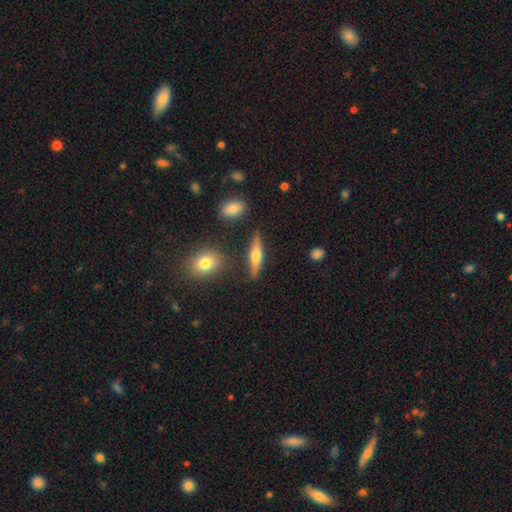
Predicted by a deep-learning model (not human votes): featured or disk 59%, smooth 33%, star or artifact 8%. Down the decision tree: edge-on disk — yes (94%); edge-on bulge — rounded (90%); merging — none (84%).